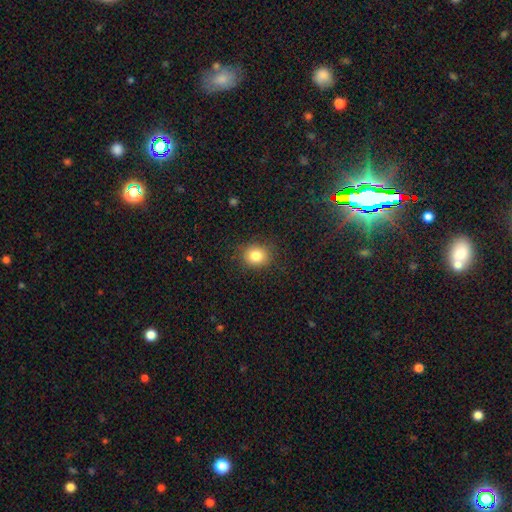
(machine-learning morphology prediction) A smooth galaxy with no disk features (83%) that is round (71%).

Vote fractions:
- Smooth or featured? smooth: 83% / star or artifact: 11% / featured or disk: 6%
- How rounded? round: 71% / in between: 29% / cigar-shaped: 1%
- Merging? none: 86% / minor disturbance: 10% / major disturbance: 3% / merger: 1%